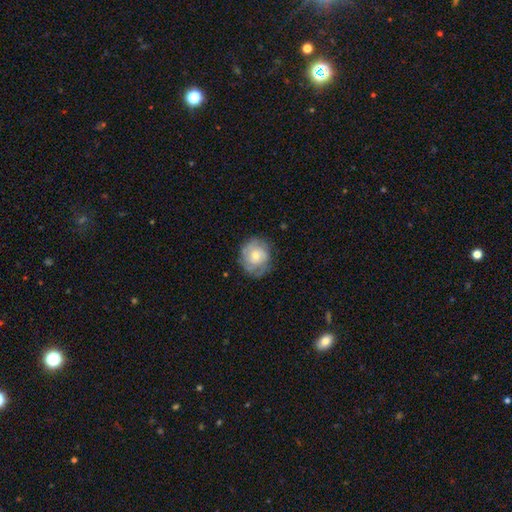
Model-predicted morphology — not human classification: Overall: featured or disk (54%; smooth 39%). Edge-on disk: no (97%). Bar: no (78%). Spiral arms: yes (77%). Bulge size: moderate (52%; small 37%). Merging: none (70%).